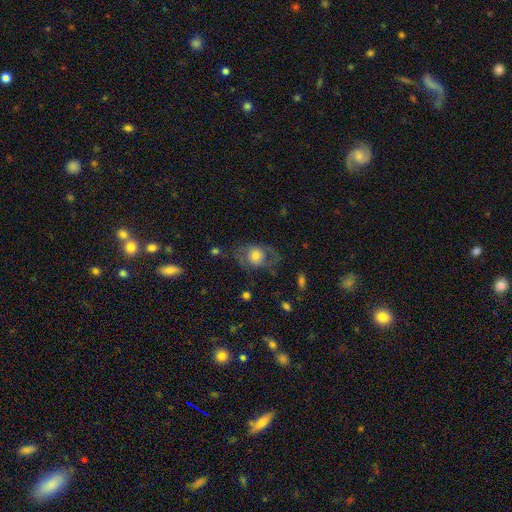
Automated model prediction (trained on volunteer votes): Smooth or featured?
  - smooth: 52% *
  - featured or disk: 40%
  - star or artifact: 8%
How rounded?
  - round: 56% *
  - in between: 42%
  - cigar-shaped: 2%
Merging?
  - none: 57% *
  - minor disturbance: 21%
  - major disturbance: 20%
  - merger: 2%